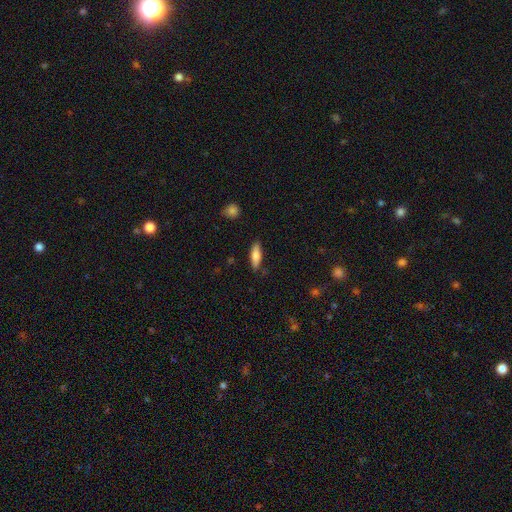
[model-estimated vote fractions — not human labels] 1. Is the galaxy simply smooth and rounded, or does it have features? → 76% smooth, 18% featured or disk, 6% star or artifact.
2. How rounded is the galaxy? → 49% cigar-shaped (tied), 49% in between (tied), 2% round.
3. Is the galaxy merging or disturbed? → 82% none, 13% minor disturbance, 3% major disturbance, 2% merger.